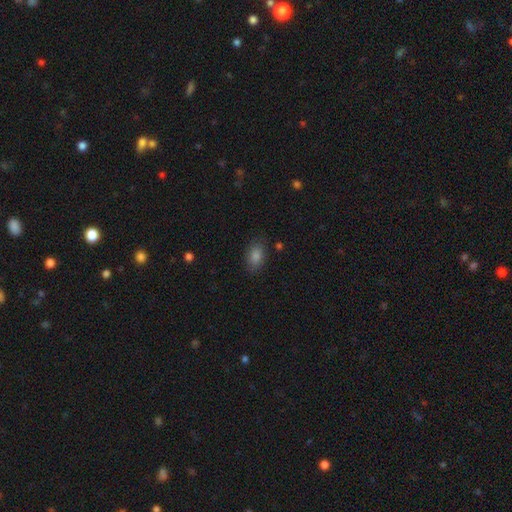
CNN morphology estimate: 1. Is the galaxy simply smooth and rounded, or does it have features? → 81% smooth, 12% star or artifact, 7% featured or disk.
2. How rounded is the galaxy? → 86% in between, 11% round, 2% cigar-shaped.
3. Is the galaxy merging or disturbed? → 85% none, 11% minor disturbance, 3% major disturbance, 1% merger.